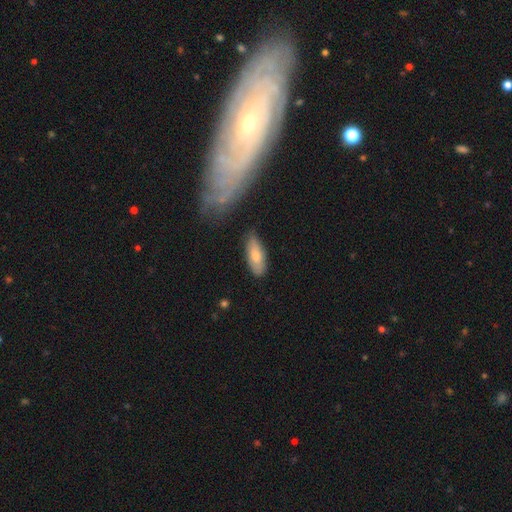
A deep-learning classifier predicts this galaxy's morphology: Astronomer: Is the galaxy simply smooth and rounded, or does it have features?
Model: smooth — 77%.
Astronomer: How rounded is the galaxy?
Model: in between — 72%.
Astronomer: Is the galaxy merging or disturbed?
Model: none — 73%.